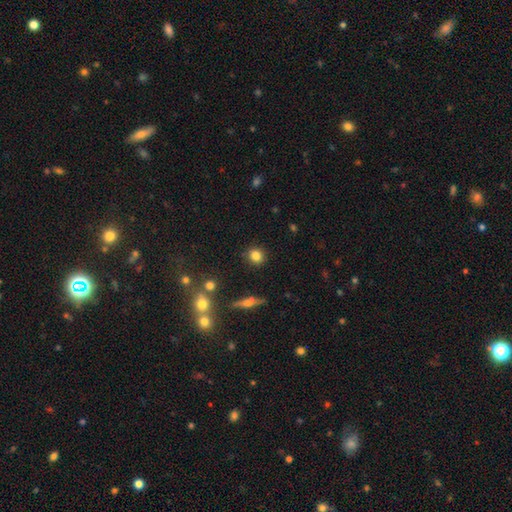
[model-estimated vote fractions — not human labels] Overall: smooth (81%). How rounded: round (86%). Merging: none (89%).